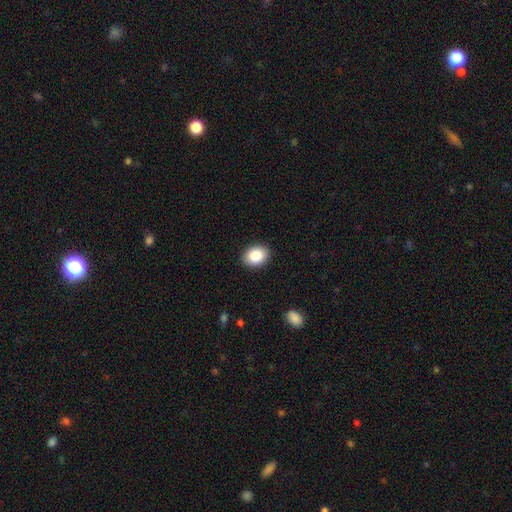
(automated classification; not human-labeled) smooth_or_featured: smooth (p=0.87) [alt: star or artifact p=0.08]
how_rounded: in between (p=0.66) [alt: round p=0.34]
merging: none (p=0.90) [alt: minor disturbance p=0.07]